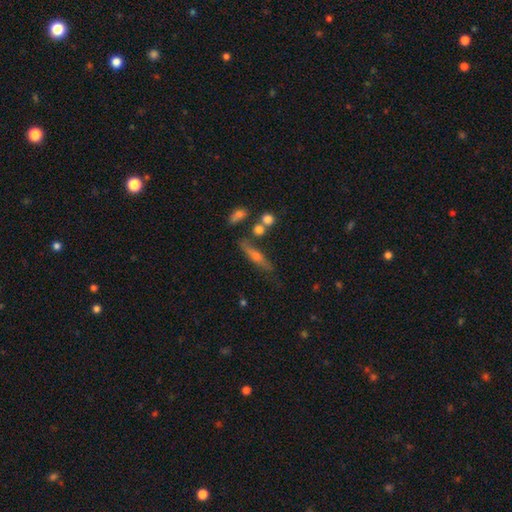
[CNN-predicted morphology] This is possibly a featured or disk galaxy (57%). It is clearly viewed edge-on (90%). Edge-on bulge: clearly rounded (85%). Merging: likely none (72%).